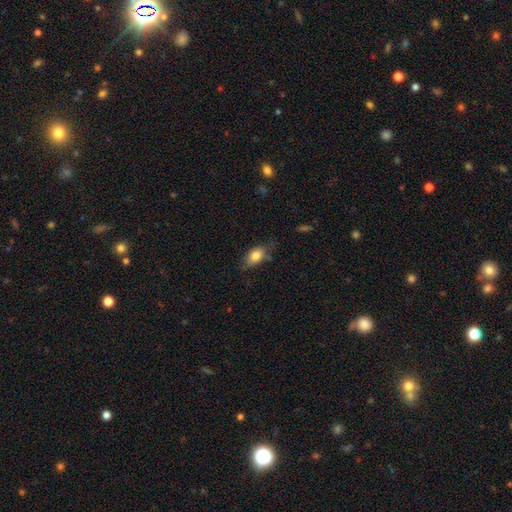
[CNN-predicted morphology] This is likely a smooth galaxy (79%). How rounded: clearly in between (86%). Merging: likely none (63%).